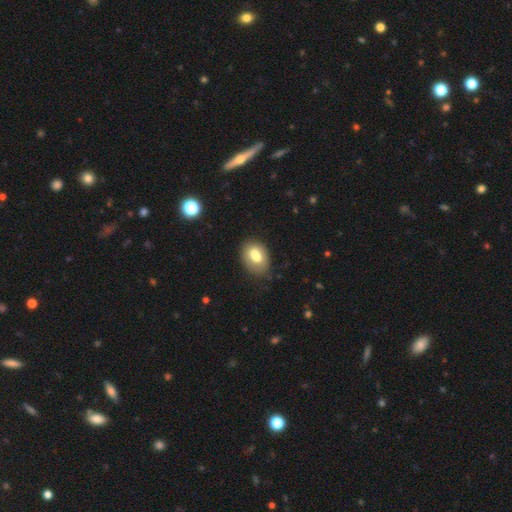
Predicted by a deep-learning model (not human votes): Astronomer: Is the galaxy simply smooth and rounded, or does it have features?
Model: smooth — 71%.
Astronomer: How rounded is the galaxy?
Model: in between — 79%.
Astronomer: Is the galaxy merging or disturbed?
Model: none — 62%.